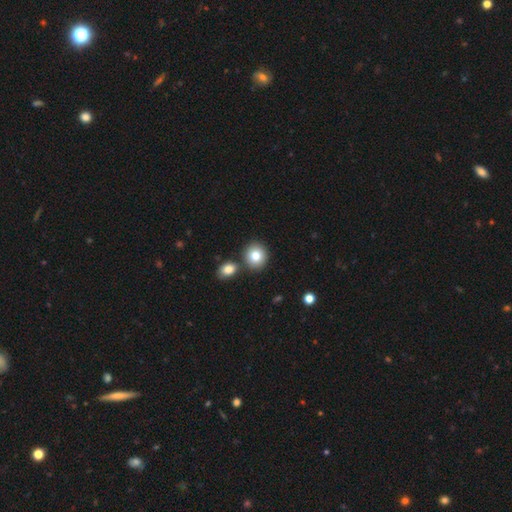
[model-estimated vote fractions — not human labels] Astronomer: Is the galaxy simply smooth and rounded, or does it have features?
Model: smooth — 81%.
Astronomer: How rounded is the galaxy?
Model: round — 81%.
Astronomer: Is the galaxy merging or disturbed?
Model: none — 76%.